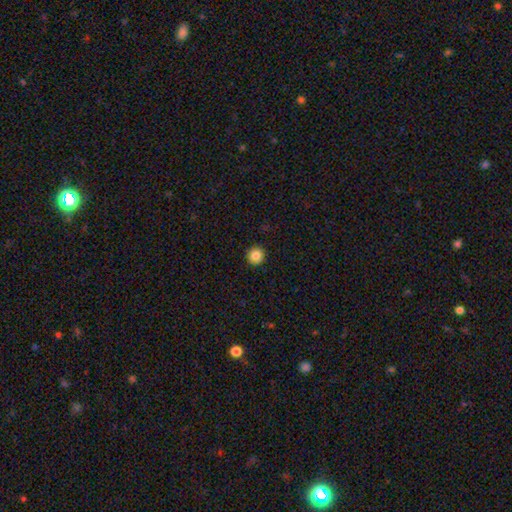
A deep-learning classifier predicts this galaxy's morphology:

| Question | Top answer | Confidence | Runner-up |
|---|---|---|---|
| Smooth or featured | smooth | 85% | star or artifact (10%) |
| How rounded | round | 94% | in between (5%) |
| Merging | none | 93% | minor disturbance (5%) |